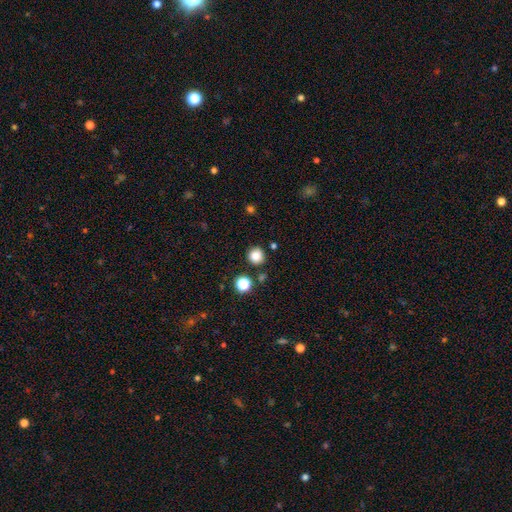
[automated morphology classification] type=smooth (83%); roundness=round (93%); merging=none (87%).